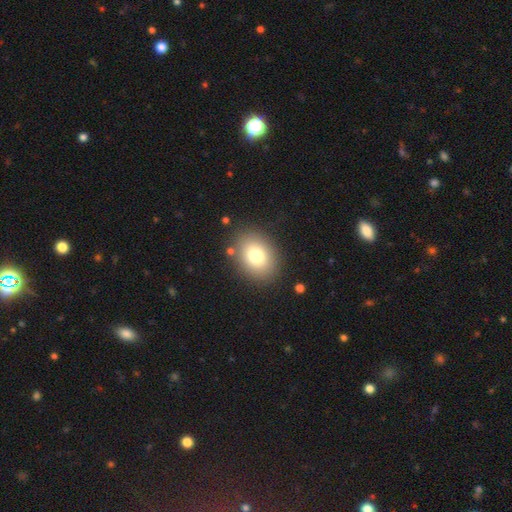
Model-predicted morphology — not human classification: This appears to be a smooth galaxy with no disk features (77%) that is in between round and cigar-shaped (64%). Merging: none (86%).